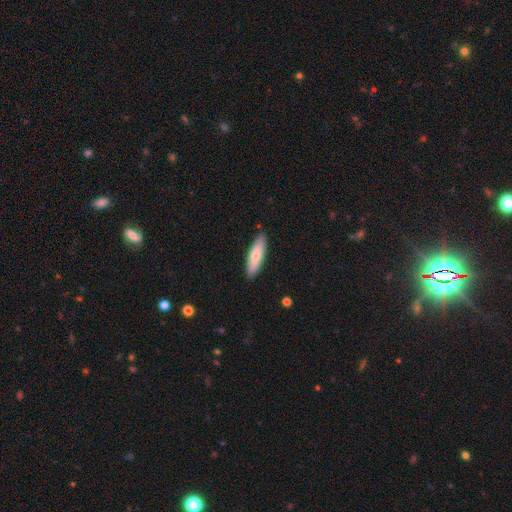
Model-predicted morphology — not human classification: Overall: smooth (72%). How rounded: cigar-shaped (58%; in between 40%). Merging: none (88%).